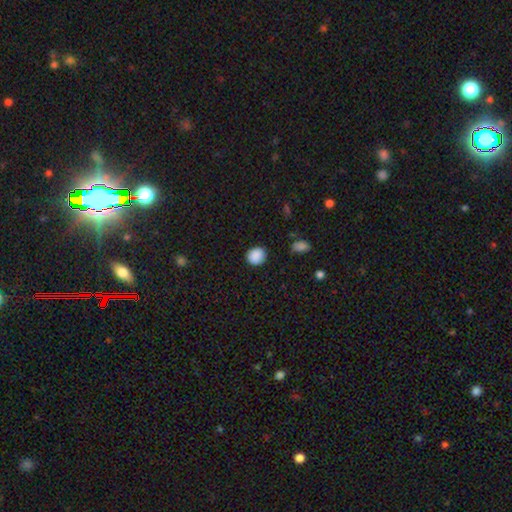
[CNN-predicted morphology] This appears to be a smooth galaxy with no disk features (88%) that is round (78%). Merging: none (87%).